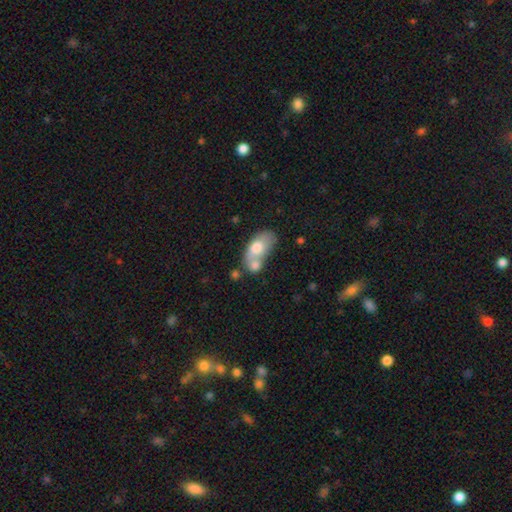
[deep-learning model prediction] Q: Smooth or featured?
A: smooth (66%); runner-up: featured or disk (25%)
Q: How rounded?
A: in between (88%); runner-up: round (8%)
Q: Merging?
A: merger (49%); runner-up: none (29%)